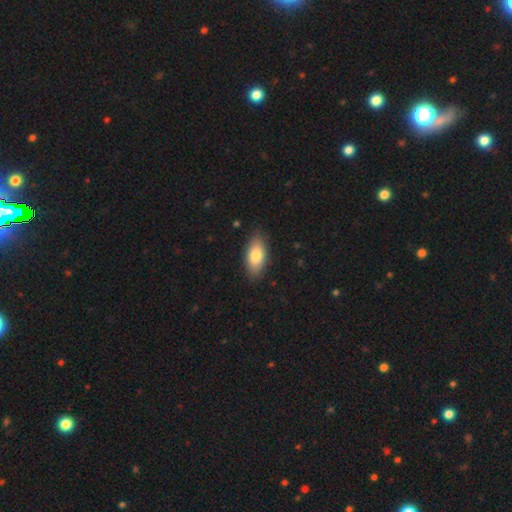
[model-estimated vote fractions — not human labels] The model was most divided on "smooth or featured": smooth: 79%, featured or disk: 15%, star or artifact: 6%. More confident: how rounded — in between (90%); merging — none (86%).